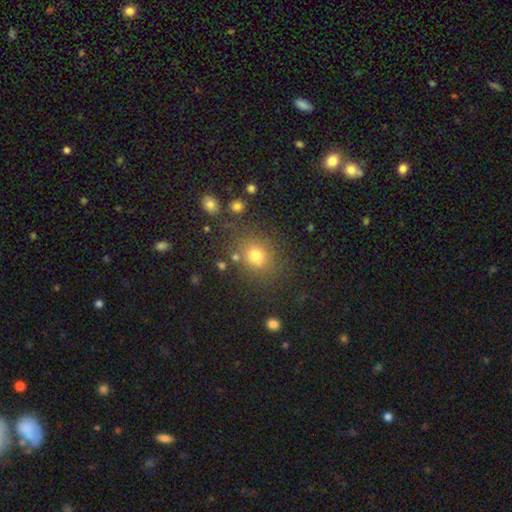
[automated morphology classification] Smooth or featured? smooth (75%)
How rounded? round (70%)
Merging? none (78%)